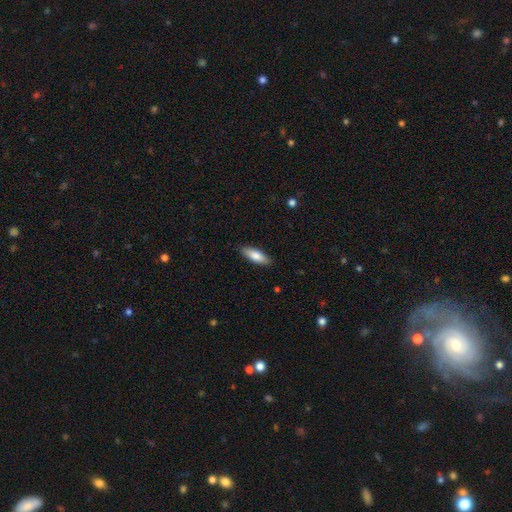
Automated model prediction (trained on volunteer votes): The model was most divided on "how rounded": in between: 59%, cigar-shaped: 39%, round: 2%. More confident: merging — none (88%); smooth or featured — smooth (79%).